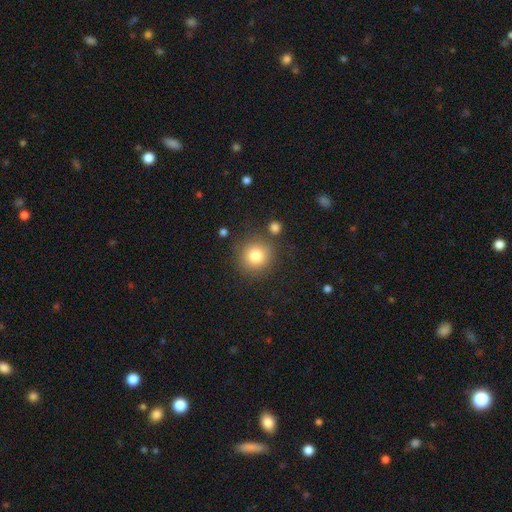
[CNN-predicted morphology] smooth 82%, star or artifact 10%, featured or disk 8%. Down the decision tree: how rounded — round (92%); merging — none (83%).